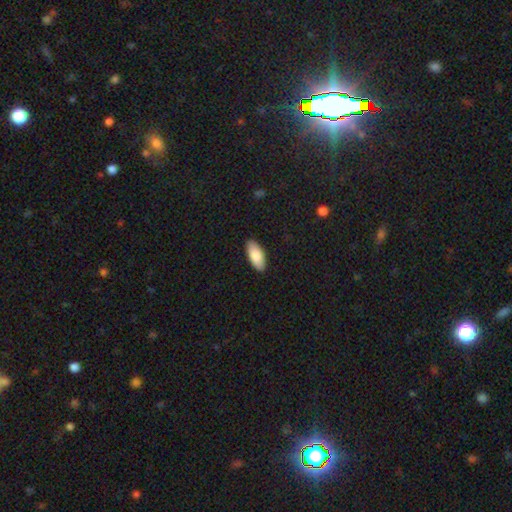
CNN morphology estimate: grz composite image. It shows a smooth galaxy with no disk features (87%) that is in between round and cigar-shaped (89%). Merging: none (90%).